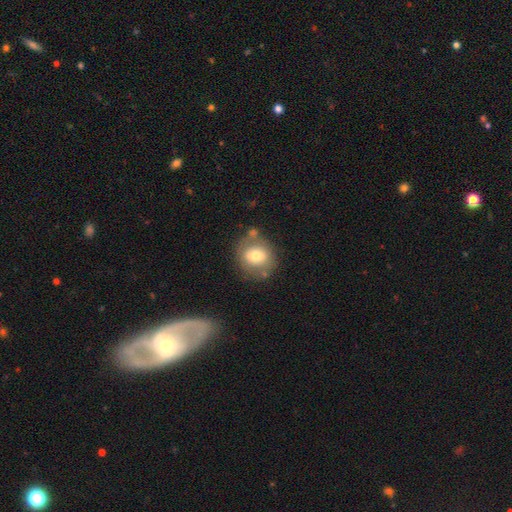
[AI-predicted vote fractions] Smooth or featured? Predicted: smooth (p=0.68). How rounded? Predicted: round (p=0.79). Merging? Predicted: none (p=0.66).